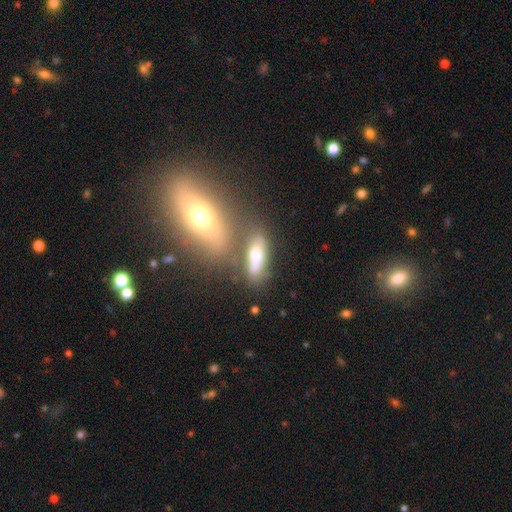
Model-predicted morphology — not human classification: A smooth galaxy with no disk features (64%) that is in between round and cigar-shaped (66%).

Vote fractions:
- Smooth or featured? smooth: 64% / featured or disk: 25% / star or artifact: 10%
- How rounded? in between: 66% / cigar-shaped: 27% / round: 7%
- Merging? none: 53% / merger: 24% / minor disturbance: 14% / major disturbance: 8%